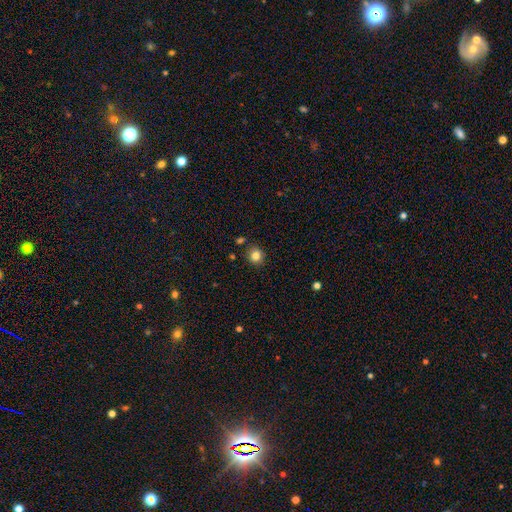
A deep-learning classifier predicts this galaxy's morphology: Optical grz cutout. It shows a smooth galaxy with no disk features (82%) that is round (84%). Merging: none (84%).